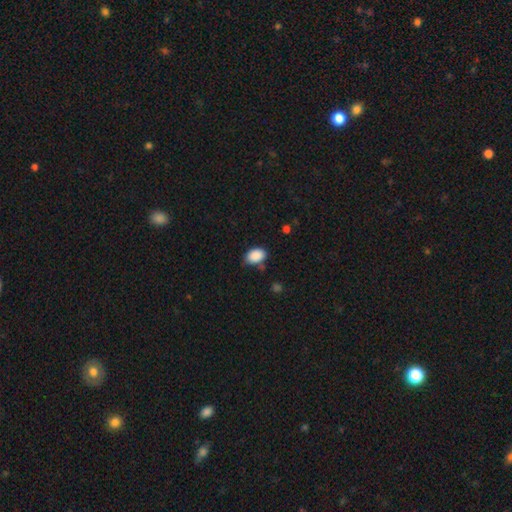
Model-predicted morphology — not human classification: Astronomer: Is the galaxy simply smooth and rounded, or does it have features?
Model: smooth — 89%.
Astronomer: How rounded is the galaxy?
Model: in between — 85%.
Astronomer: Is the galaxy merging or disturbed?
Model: none — 71%.